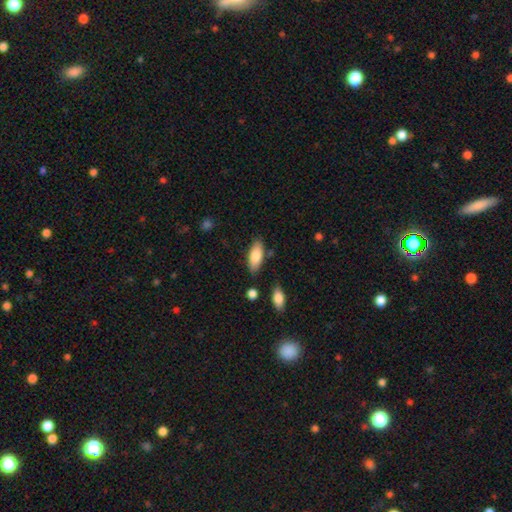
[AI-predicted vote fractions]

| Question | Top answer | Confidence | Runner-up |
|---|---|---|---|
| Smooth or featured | smooth | 84% | featured or disk (10%) |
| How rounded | in between | 83% | cigar-shaped (15%) |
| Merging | none | 79% | minor disturbance (14%) |